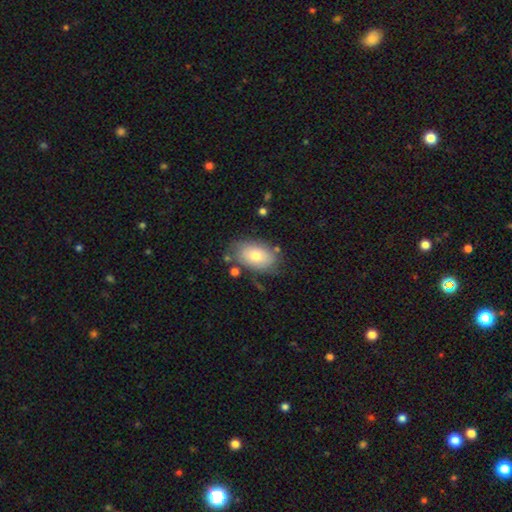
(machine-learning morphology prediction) This appears to be a smooth galaxy with no disk features (70%) that is in between round and cigar-shaped (89%). Merging: none (68%).